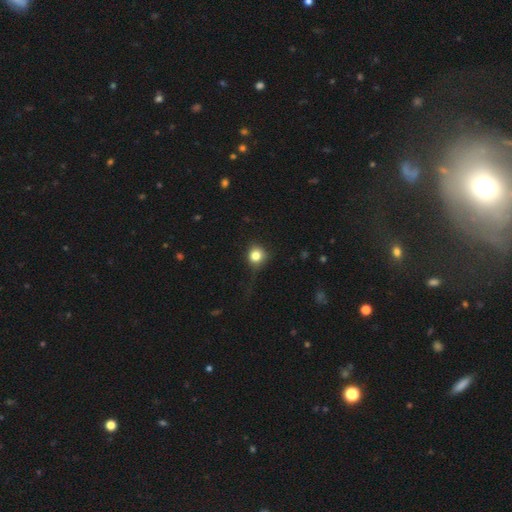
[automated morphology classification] Smooth or featured? Predicted: smooth (p=0.81). How rounded? Predicted: round (p=0.89). Merging? Predicted: none (p=0.66).